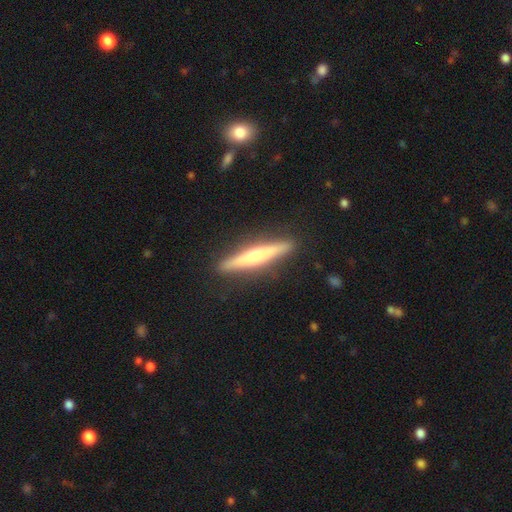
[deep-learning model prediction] This is possibly a featured or disk galaxy (57%). It is clearly viewed edge-on (96%). Edge-on bulge: likely rounded (73%). Merging: clearly none (89%).